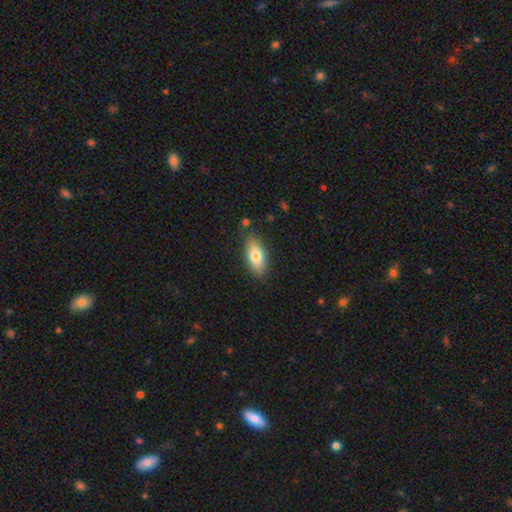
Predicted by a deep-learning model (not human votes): smooth-or-featured: smooth: 77% | featured or disk: 16% | star or artifact: 7%
  how-rounded: in between: 88% | cigar-shaped: 9% | round: 3%
  merging: none: 83% | minor disturbance: 12% | major disturbance: 3% | merger: 2%